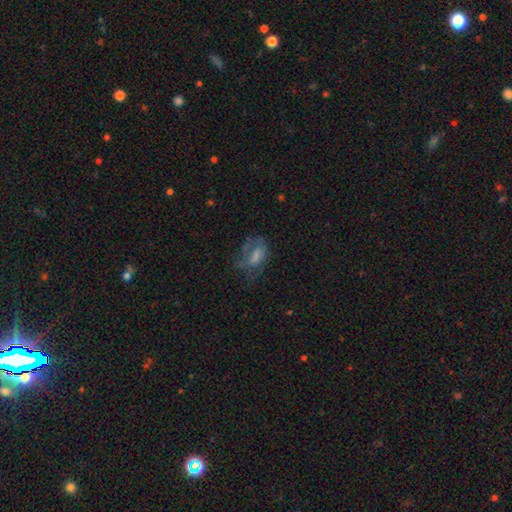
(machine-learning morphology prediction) Overall: featured or disk (43%; smooth 39%). Merging: none (44%; major disturbance 32%).